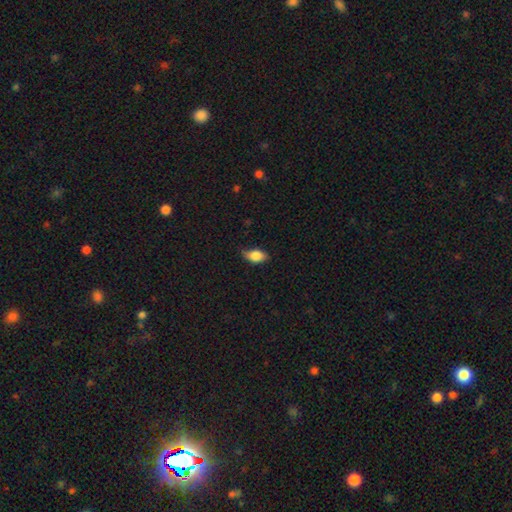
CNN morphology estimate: A smooth galaxy with no disk features (82%) that is in between round and cigar-shaped (87%).

Vote fractions:
- Smooth or featured? smooth: 82% / featured or disk: 10% / star or artifact: 8%
- How rounded? in between: 87% / round: 9% / cigar-shaped: 4%
- Merging? none: 64% / minor disturbance: 29% / major disturbance: 5% / merger: 1%